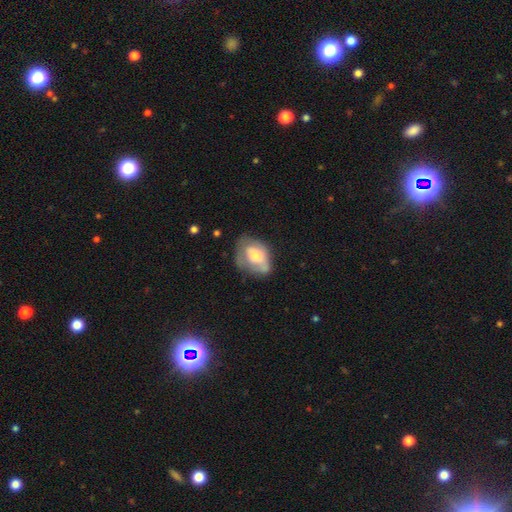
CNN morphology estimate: Q: Smooth or featured?
A: smooth (55%); runner-up: featured or disk (38%)
Q: How rounded?
A: in between (74%); runner-up: round (25%)
Q: Merging?
A: none (43%); runner-up: minor disturbance (35%)